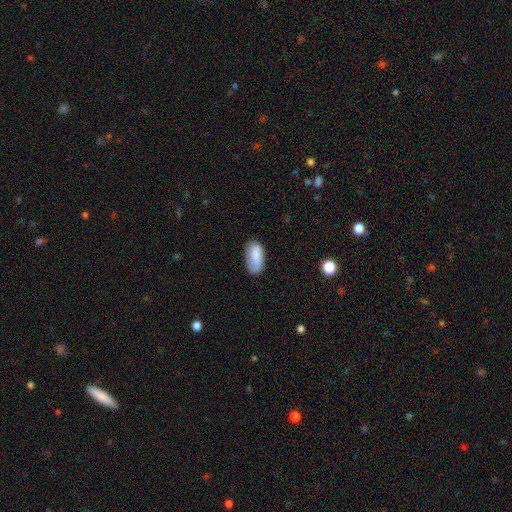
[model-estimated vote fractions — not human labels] This is clearly a smooth galaxy (82%). How rounded: clearly in between (92%). Merging: likely none (71%).